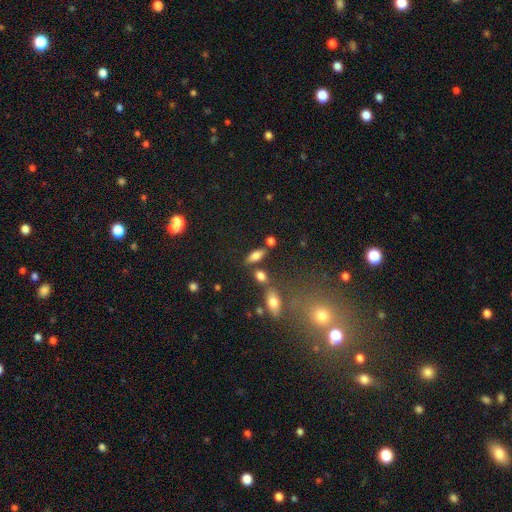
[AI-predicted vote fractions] Q: Smooth or featured?
A: smooth (71%); runner-up: featured or disk (19%)
Q: How rounded?
A: in between (75%); runner-up: cigar-shaped (21%)
Q: Merging?
A: none (70%); runner-up: merger (14%)